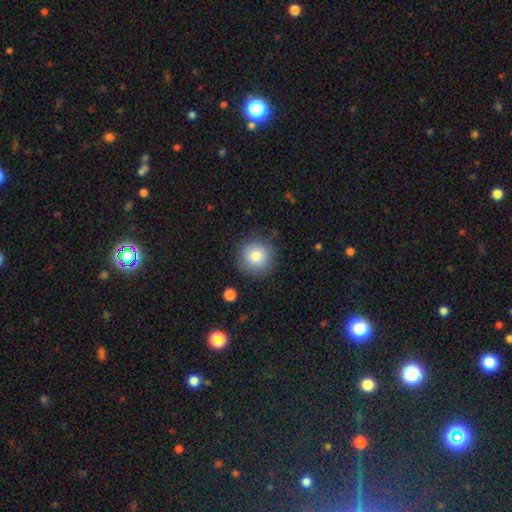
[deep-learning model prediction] Overall: smooth (81%). How rounded: round (95%). Merging: none (85%).